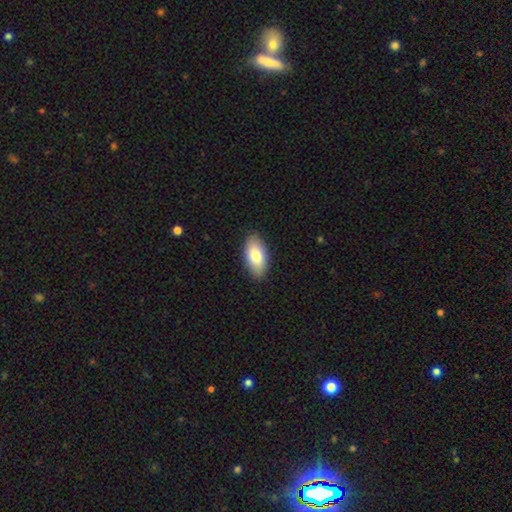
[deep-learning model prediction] The model was most divided on "smooth or featured": smooth: 79%, featured or disk: 15%, star or artifact: 6%. More confident: how rounded — in between (94%); merging — none (88%).